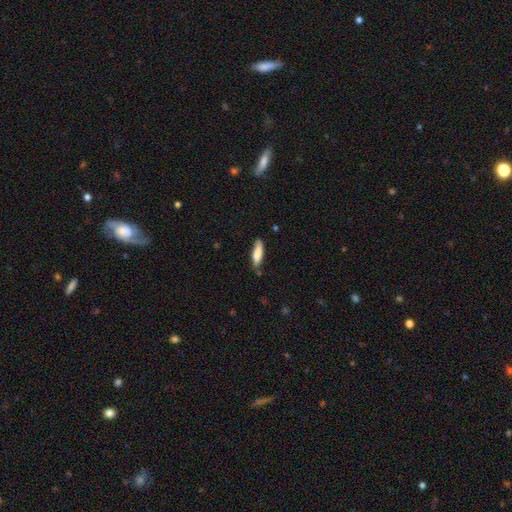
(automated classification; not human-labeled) Smooth or featured?
  - smooth: 81% *
  - featured or disk: 13%
  - star or artifact: 6%
How rounded?
  - cigar-shaped: 62% *
  - in between: 37%
  - round: 2%
Merging?
  - none: 73% *
  - minor disturbance: 21%
  - major disturbance: 3%
  - merger: 3%